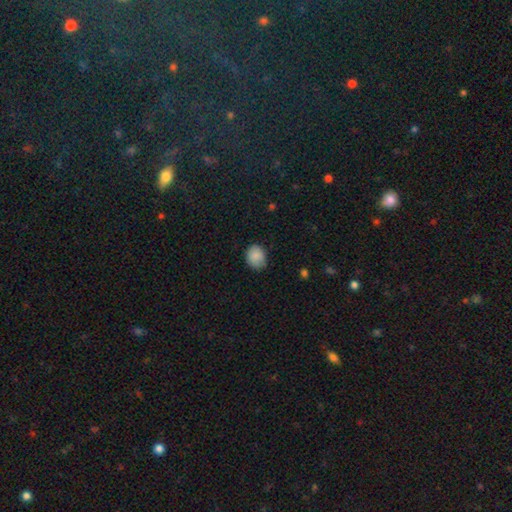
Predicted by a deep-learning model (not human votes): smooth-or-featured: smooth: 87% | star or artifact: 8% | featured or disk: 5%
  how-rounded: round: 60% | in between: 39% | cigar-shaped: 1%
  merging: none: 74% | minor disturbance: 21% | major disturbance: 3% | merger: 1%